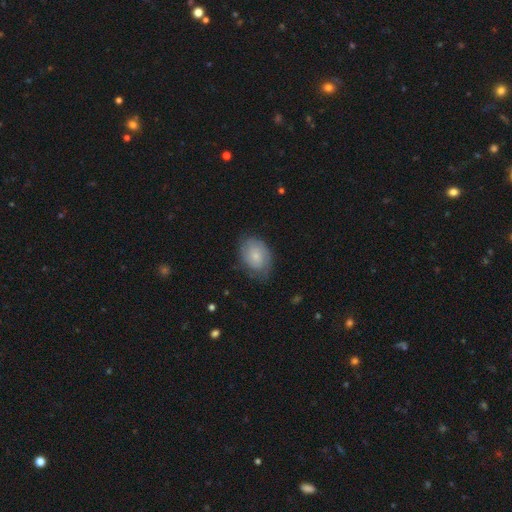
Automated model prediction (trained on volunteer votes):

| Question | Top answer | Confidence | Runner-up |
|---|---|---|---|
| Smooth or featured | smooth | 59% | featured or disk (34%) |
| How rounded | in between | 78% | round (21%) |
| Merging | none | 67% | minor disturbance (24%) |